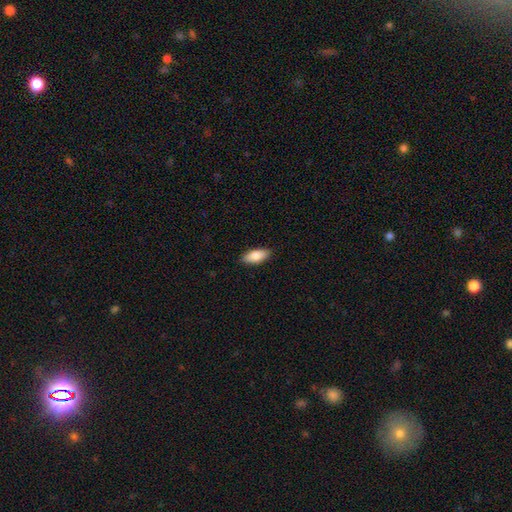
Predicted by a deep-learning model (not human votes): Morphology: type=smooth (85%); roundness=in between (86%); merging=none (88%).